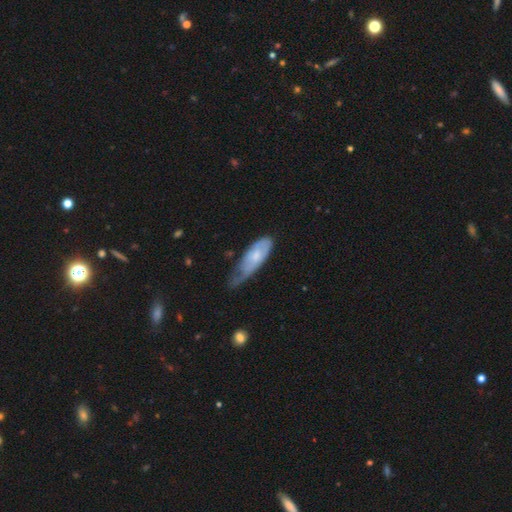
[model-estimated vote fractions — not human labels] Overall: smooth (51%; featured or disk 43%). How rounded: in between (67%; cigar-shaped 31%). Merging: minor disturbance (45%; major disturbance 28%).